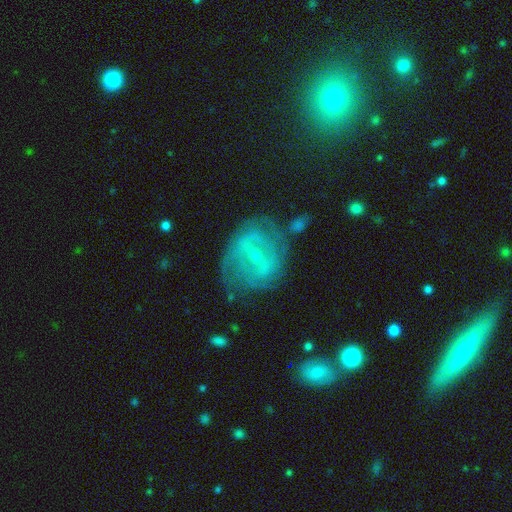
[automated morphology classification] A featured or disk galaxy (76%) with a weak bar (46%), 2 (45%) tight (43%) spiral arms (75%) and a small central bulge (75%).

Vote fractions:
- Smooth or featured? featured or disk: 76% / smooth: 15% / star or artifact: 8%
- Edge-on disk? no: 95% / yes: 5%
- Bar? weak: 46% / strong: 37% / no: 17%
- Spiral arms? yes: 75% / no: 25%
- Spiral winding? tight: 43% / medium: 39% / loose: 18%
- Spiral arm count? 2: 45% / can't tell: 37% / 3: 7% / 1: 5% / 4: 3% / more than 4: 3%
- Bulge size? small: 75% / moderate: 19% / none: 3% / large: 1% / dominant: 1%
- Merging? none: 58% / minor disturbance: 24% / major disturbance: 15% / merger: 4%